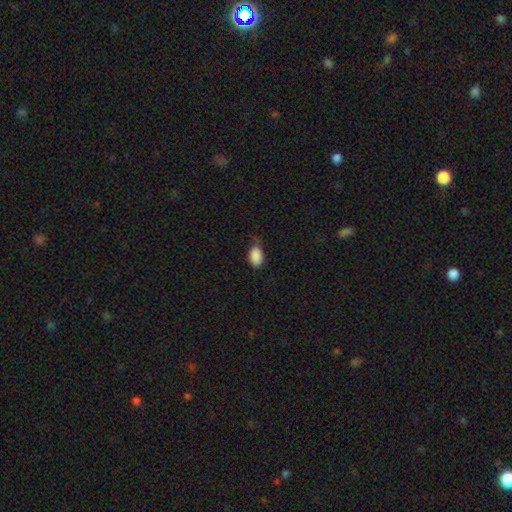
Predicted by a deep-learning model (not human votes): Overall: smooth (89%). How rounded: in between (91%). Merging: none (62%; minor disturbance 30%).